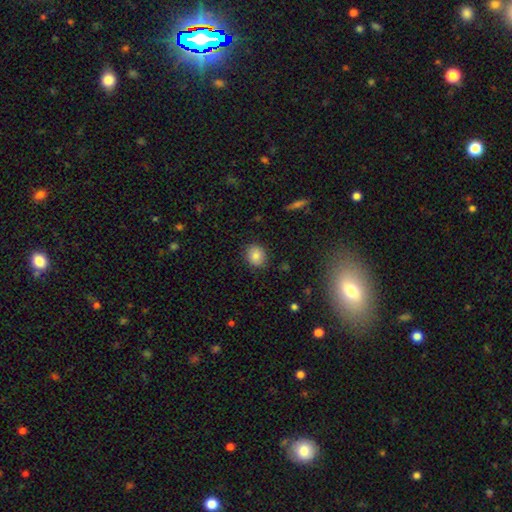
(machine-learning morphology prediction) This is clearly a smooth galaxy (84%). How rounded: likely round (75%). Merging: clearly none (87%).